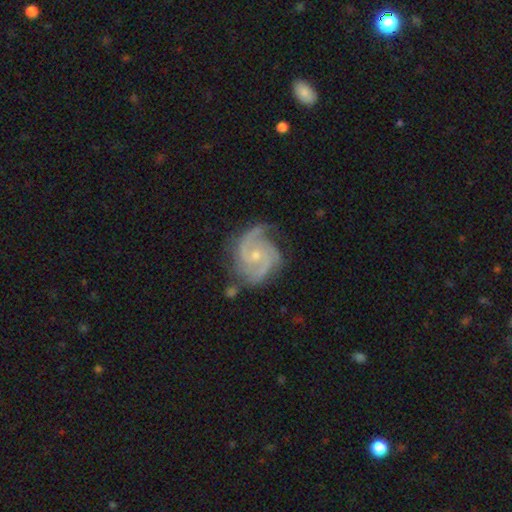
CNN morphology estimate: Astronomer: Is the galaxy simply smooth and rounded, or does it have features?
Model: featured or disk — 91%.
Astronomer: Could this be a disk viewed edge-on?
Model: no — 98%.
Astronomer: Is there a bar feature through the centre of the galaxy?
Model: no — 63%.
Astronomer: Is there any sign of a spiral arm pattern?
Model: yes — 98%.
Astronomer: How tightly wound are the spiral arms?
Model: medium — 48% (runner-up: tight, 44%).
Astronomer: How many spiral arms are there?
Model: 2 — 42% (runner-up: 3, 40%).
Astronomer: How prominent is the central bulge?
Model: small — 62%.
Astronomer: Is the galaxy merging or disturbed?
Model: none — 68%.